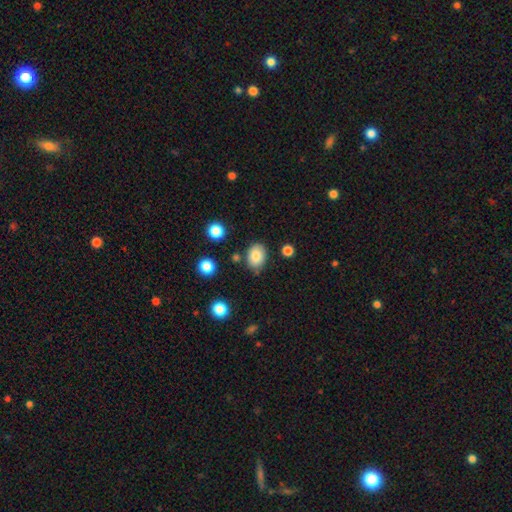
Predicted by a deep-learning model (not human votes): Overall: smooth (81%). How rounded: in between (71%). Merging: none (79%).